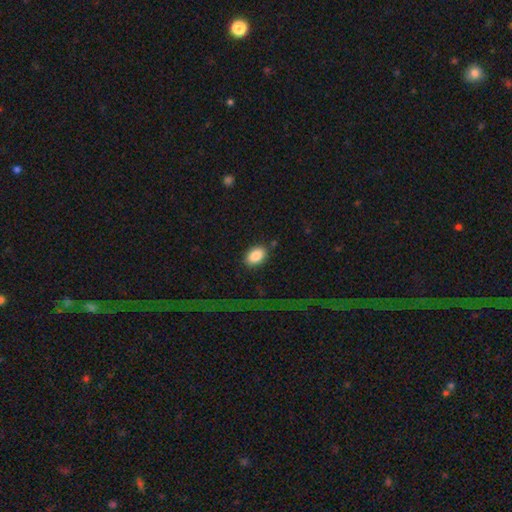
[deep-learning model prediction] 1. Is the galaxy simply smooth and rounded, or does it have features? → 88% smooth, 7% star or artifact, 5% featured or disk.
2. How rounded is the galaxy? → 87% in between, 12% round, 1% cigar-shaped.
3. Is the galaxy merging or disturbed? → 80% none, 11% minor disturbance, 5% major disturbance, 4% merger.